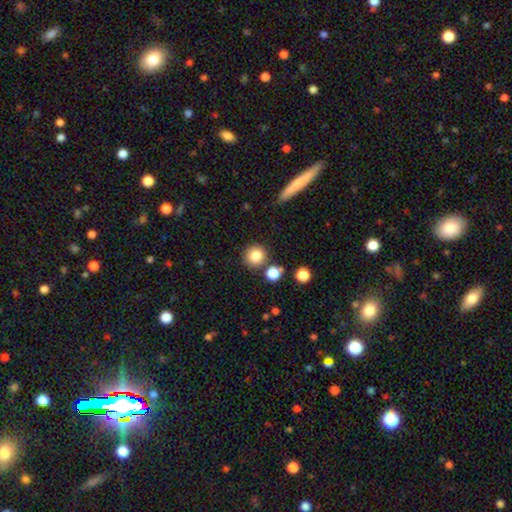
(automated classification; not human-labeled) A smooth galaxy with no disk features (82%) that is round (92%).

Vote fractions:
- Smooth or featured? smooth: 82% / star or artifact: 11% / featured or disk: 7%
- How rounded? round: 92% / in between: 7% / cigar-shaped: 1%
- Merging? none: 81% / minor disturbance: 8% / merger: 8% / major disturbance: 3%